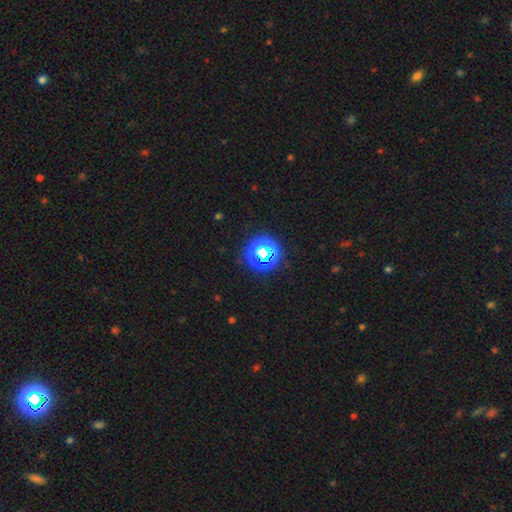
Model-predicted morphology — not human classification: type=star or artifact (66%).